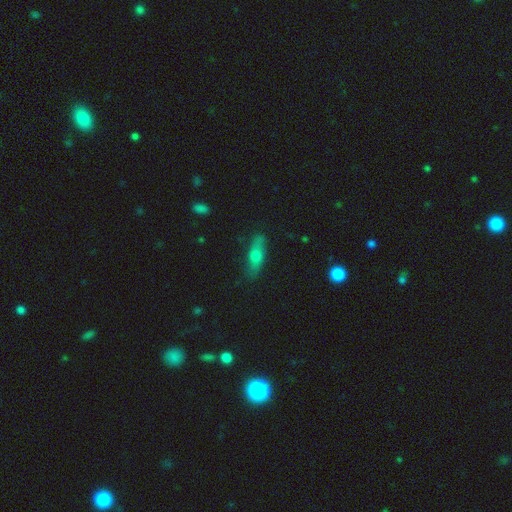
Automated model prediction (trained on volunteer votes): Q: Smooth or featured?
A: smooth (57%); runner-up: featured or disk (35%)
Q: How rounded?
A: cigar-shaped (48%); runner-up: in between (47%)
Q: Merging?
A: none (80%); runner-up: minor disturbance (15%)